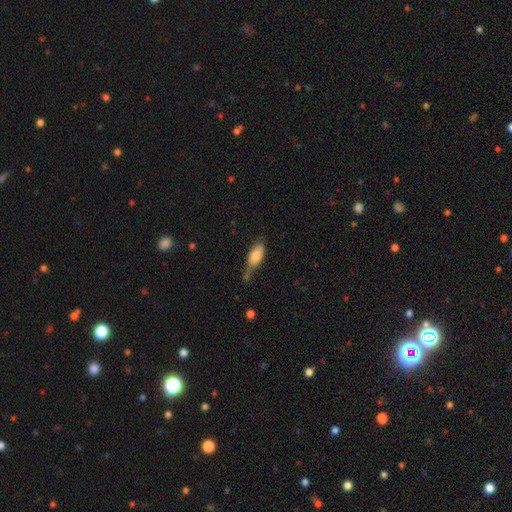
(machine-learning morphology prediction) This appears to be a smooth galaxy with no disk features (81%) that is in between round and cigar-shaped (81%). Merging: minor disturbance (37%).